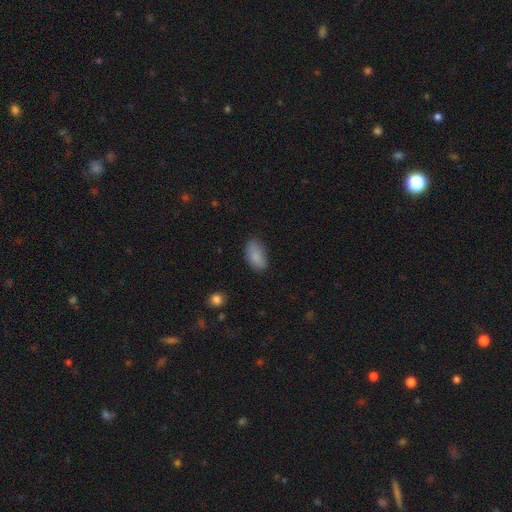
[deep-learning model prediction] Smooth or featured: smooth — 86% (star or artifact — 7%)
How rounded: in between — 93% (round — 4%)
Merging: none — 75% (minor disturbance — 20%)